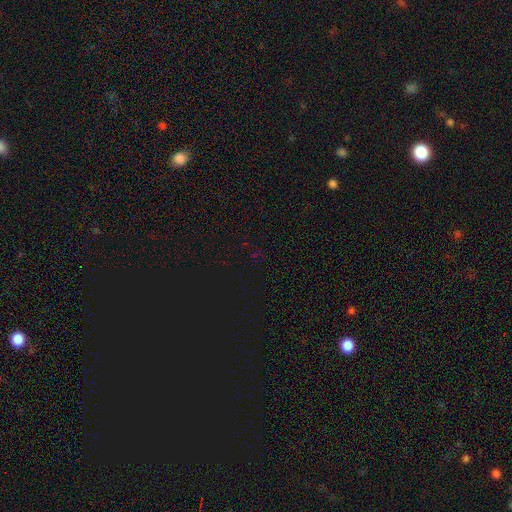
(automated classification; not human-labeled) Smooth or featured? star or artifact (76%)